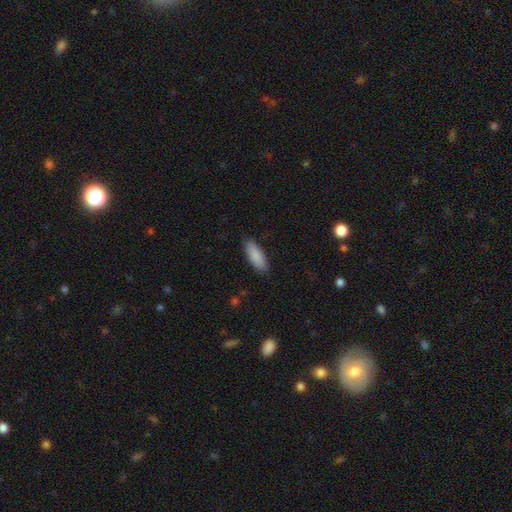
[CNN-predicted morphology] smooth-or-featured: smooth: 89% | featured or disk: 6% | star or artifact: 6%
  how-rounded: in between: 66% | cigar-shaped: 32% | round: 2%
  merging: none: 86% | minor disturbance: 10% | major disturbance: 2% | merger: 1%